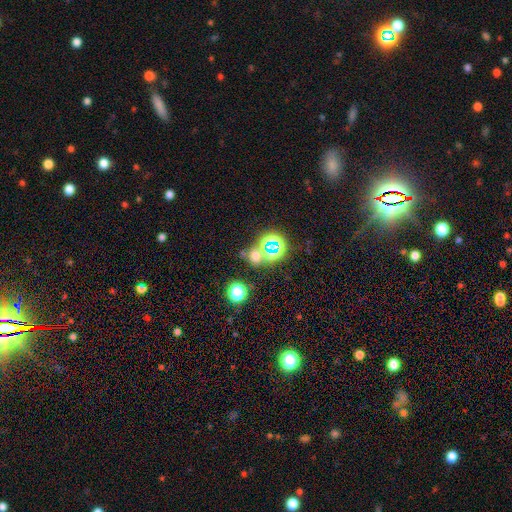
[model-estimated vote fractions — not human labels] Smooth or featured? Predicted: star or artifact (p=0.48).